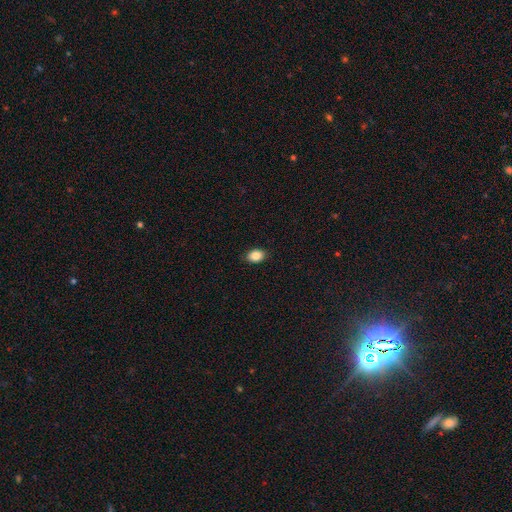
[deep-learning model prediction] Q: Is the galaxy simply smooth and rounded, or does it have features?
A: smooth — 88%.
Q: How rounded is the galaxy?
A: in between — 78%.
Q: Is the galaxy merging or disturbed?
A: none — 89%.